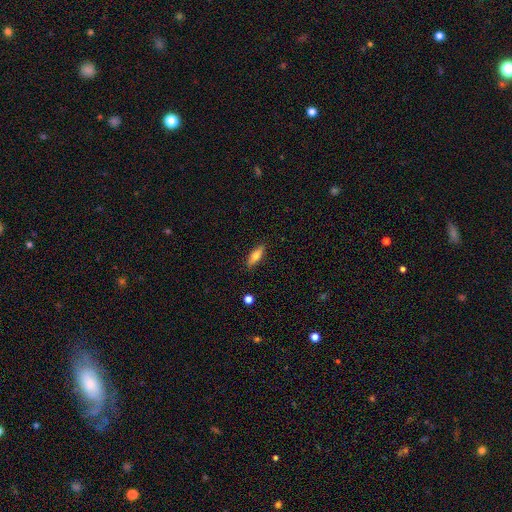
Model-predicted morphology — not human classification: Smooth or featured?
  - smooth: 66% *
  - featured or disk: 27%
  - star or artifact: 7%
How rounded?
  - in between: 53% *
  - cigar-shaped: 45%
  - round: 3%
Merging?
  - none: 87% *
  - minor disturbance: 10%
  - major disturbance: 2%
  - merger: 1%